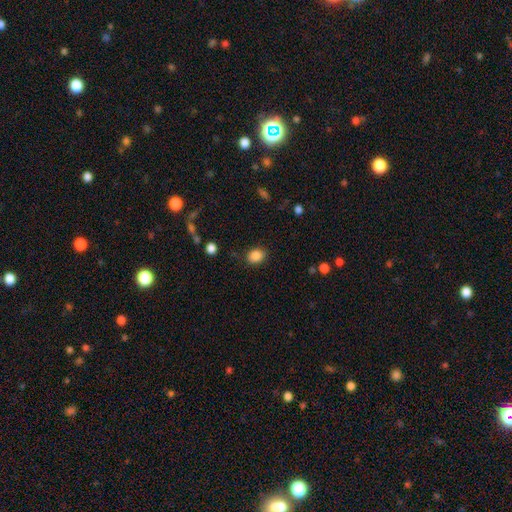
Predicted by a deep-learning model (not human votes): smooth-or-featured: smooth: 86% | star or artifact: 9% | featured or disk: 4%
  how-rounded: in between: 53% | round: 46% | cigar-shaped: 1%
  merging: none: 85% | minor disturbance: 10% | major disturbance: 3% | merger: 1%